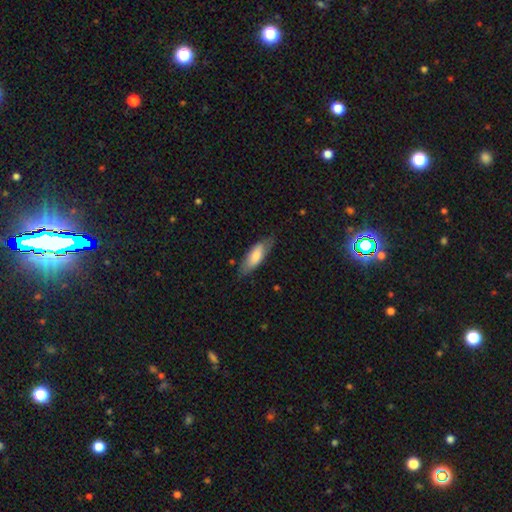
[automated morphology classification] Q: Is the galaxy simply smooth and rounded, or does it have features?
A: smooth — 73%.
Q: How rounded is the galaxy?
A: in between — 65%.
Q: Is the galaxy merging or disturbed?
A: none — 73%.